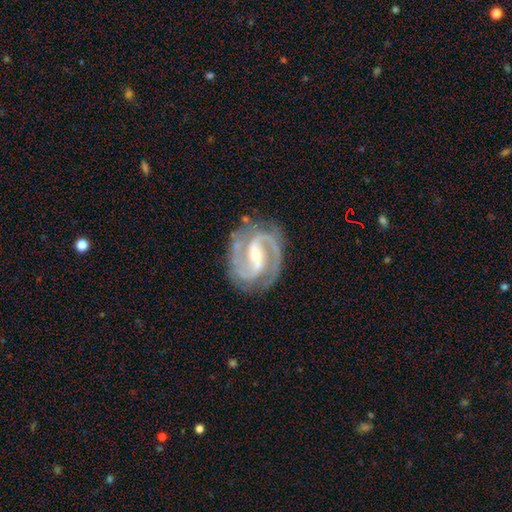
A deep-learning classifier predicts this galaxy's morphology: This appears to be a featured or disk galaxy (92%) with a strong bar (49%), 2 (89%) medium (58%) spiral arms (98%) and a small central bulge (58%). Merging: none (79%).